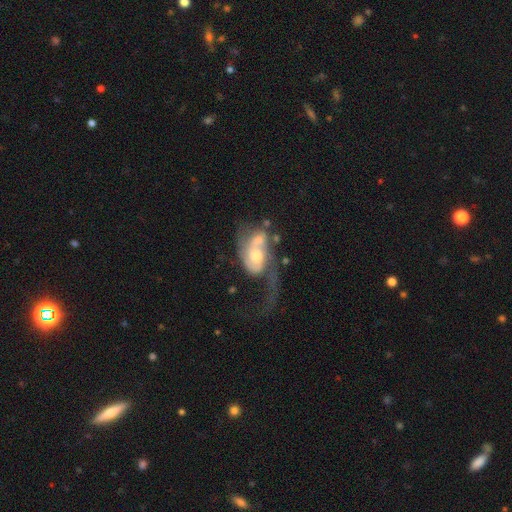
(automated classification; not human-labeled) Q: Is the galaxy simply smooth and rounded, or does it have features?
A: featured or disk — 74%.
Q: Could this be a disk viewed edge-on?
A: no — 95%.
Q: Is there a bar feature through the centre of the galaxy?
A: no — 62%.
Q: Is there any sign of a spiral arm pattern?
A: yes — 83%.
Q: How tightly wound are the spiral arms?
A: loose — 55%.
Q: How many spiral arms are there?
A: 2 — 44%.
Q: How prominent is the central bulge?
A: moderate — 57%.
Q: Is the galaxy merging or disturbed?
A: major disturbance — 35%.